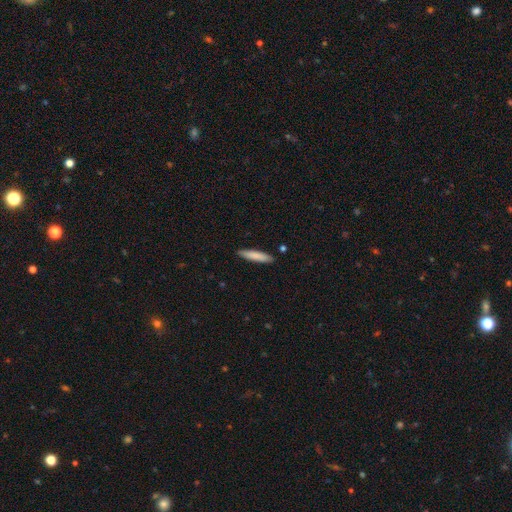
Morphology: type=smooth (81%); roundness=cigar-shaped (86%); merging=none (94%).